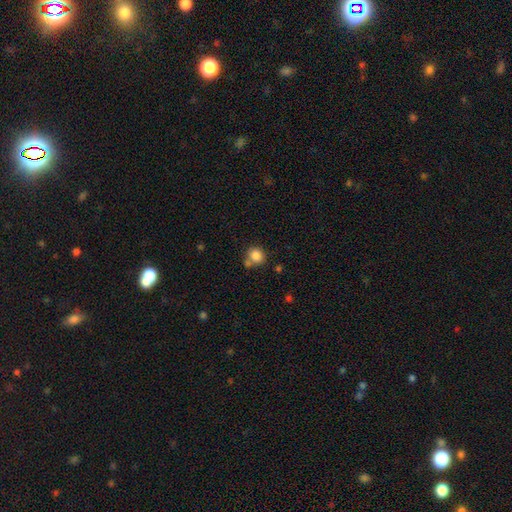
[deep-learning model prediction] Overall: smooth (85%). How rounded: round (82%). Merging: none (64%).